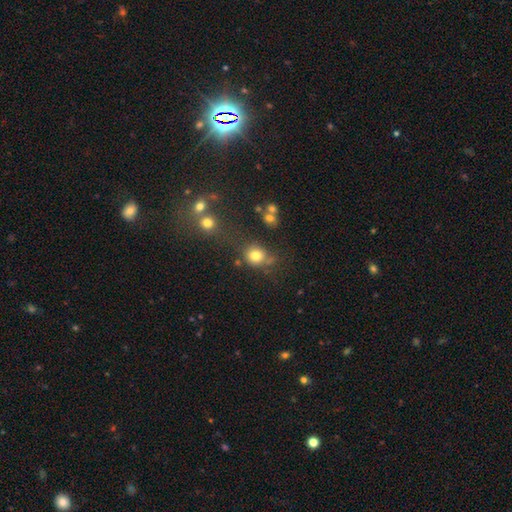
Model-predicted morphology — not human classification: smooth 78%, star or artifact 14%, featured or disk 8%. Down the decision tree: how rounded — round (80%); merging — none (62%).